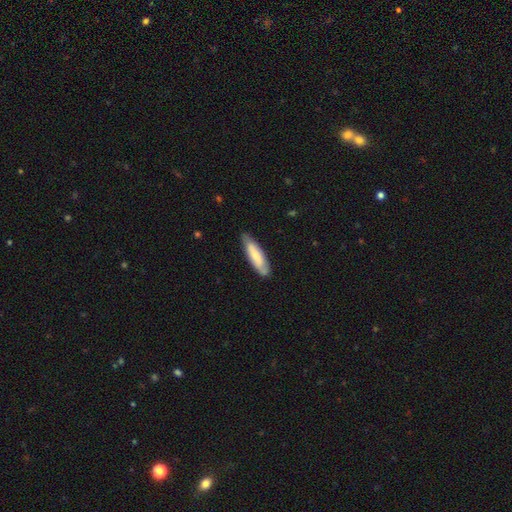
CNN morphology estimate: Q: Smooth or featured?
A: smooth (63%); runner-up: featured or disk (32%)
Q: How rounded?
A: cigar-shaped (62%); runner-up: in between (36%)
Q: Merging?
A: none (77%); runner-up: minor disturbance (19%)